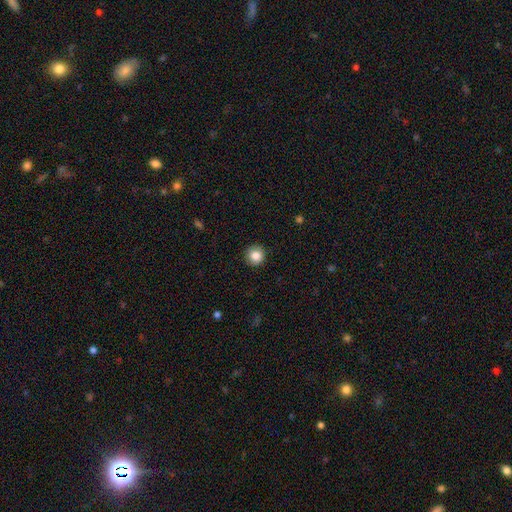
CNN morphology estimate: This is clearly a smooth galaxy (85%). How rounded: clearly round (94%). Merging: clearly none (90%).